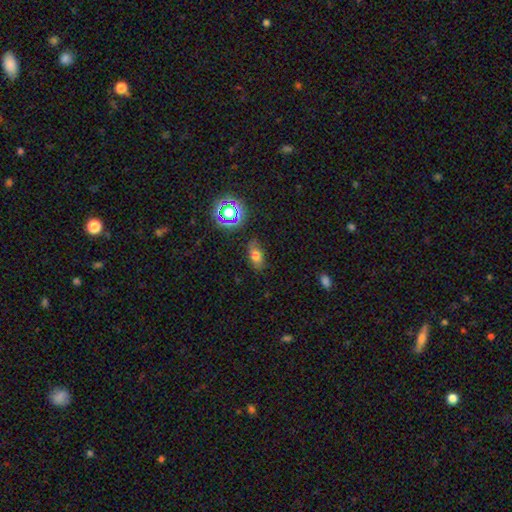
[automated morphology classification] smooth-or-featured: smooth: 68% | star or artifact: 18% | featured or disk: 13%
  how-rounded: in between: 84% | round: 11% | cigar-shaped: 5%
  merging: none: 77% | minor disturbance: 17% | major disturbance: 4% | merger: 2%